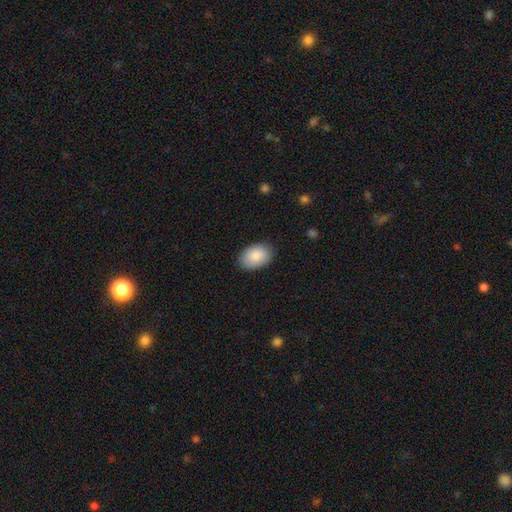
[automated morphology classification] smooth 88%, star or artifact 6%, featured or disk 6%. Down the decision tree: how rounded — in between (88%); merging — none (83%).